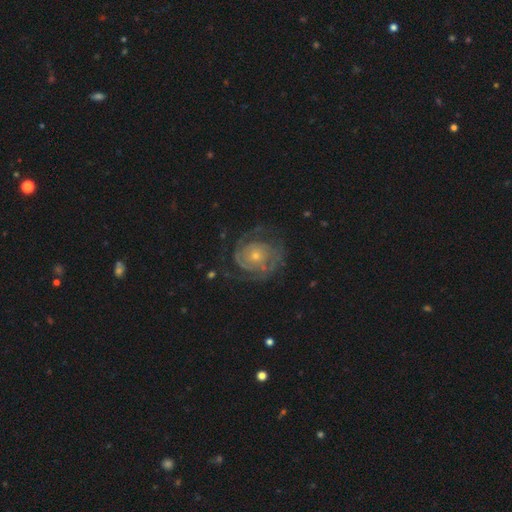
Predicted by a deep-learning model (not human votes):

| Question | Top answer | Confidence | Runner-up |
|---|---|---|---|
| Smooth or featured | featured or disk | 83% | smooth (10%) |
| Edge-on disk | no | 98% | yes (2%) |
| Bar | no | 80% | weak (16%) |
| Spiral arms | yes | 92% | no (8%) |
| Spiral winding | tight | 67% | medium (26%) |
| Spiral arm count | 2 | 38% | can't tell (30%) |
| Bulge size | small | 63% | moderate (32%) |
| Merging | none | 69% | minor disturbance (16%) |